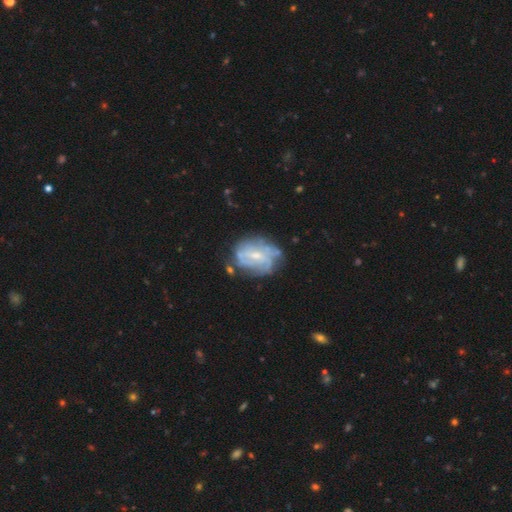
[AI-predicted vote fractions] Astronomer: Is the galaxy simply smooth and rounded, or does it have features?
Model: featured or disk — 73%.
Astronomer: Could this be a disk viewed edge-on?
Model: no — 97%.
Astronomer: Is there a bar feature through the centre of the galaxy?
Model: weak — 50% (runner-up: no, 37%).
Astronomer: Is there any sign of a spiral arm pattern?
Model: yes — 74%.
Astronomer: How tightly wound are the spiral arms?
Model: tight — 48% (runner-up: medium, 34%).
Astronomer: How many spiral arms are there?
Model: can't tell — 52%.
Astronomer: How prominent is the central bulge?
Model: small — 60%.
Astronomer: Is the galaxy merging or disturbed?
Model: none — 56%.